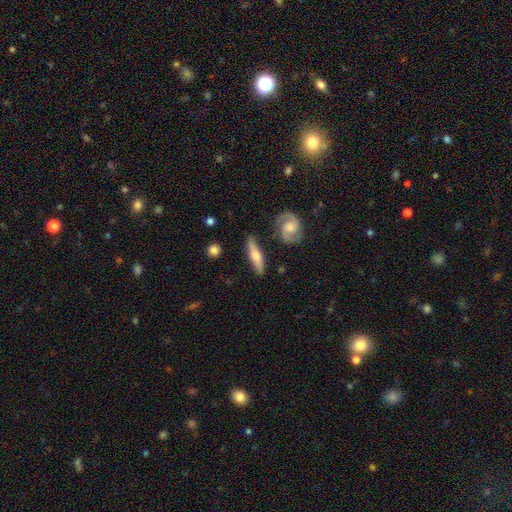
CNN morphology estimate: Q: Smooth or featured?
A: featured or disk (58%); runner-up: smooth (37%)
Q: Edge-on disk?
A: yes (81%); runner-up: no (19%)
Q: Merging?
A: none (82%); runner-up: minor disturbance (11%)